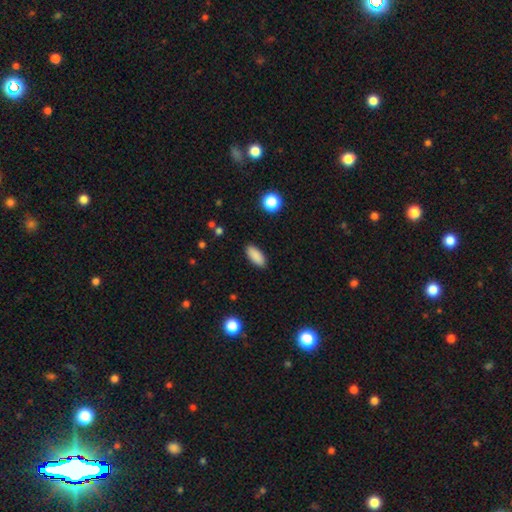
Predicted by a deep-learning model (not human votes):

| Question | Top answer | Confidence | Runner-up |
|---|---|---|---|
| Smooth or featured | smooth | 89% | star or artifact (8%) |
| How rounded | in between | 84% | cigar-shaped (13%) |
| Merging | none | 89% | minor disturbance (7%) |